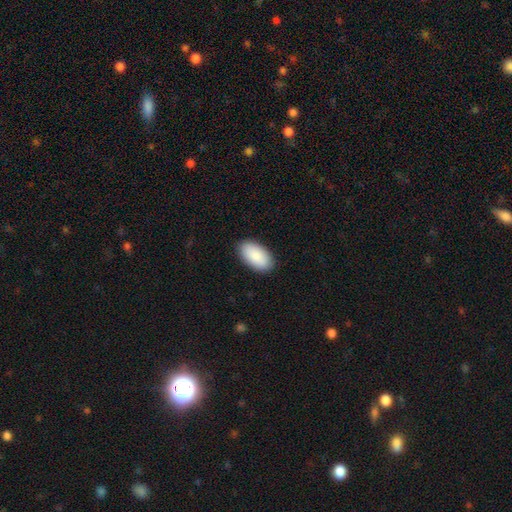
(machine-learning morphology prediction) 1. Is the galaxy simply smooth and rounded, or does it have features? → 90% smooth, 5% star or artifact, 5% featured or disk.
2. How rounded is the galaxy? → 96% in between, 2% round, 2% cigar-shaped.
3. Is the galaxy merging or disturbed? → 89% none, 8% minor disturbance, 2% major disturbance, 1% merger.